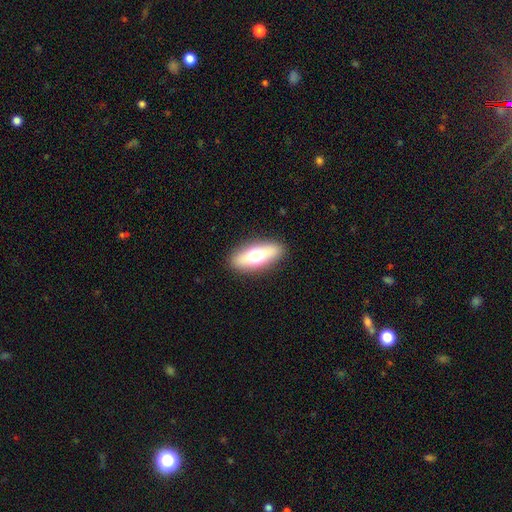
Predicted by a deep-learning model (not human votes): A smooth galaxy with no disk features (56%) that is in between round and cigar-shaped (68%).

Vote fractions:
- Smooth or featured? smooth: 56% / featured or disk: 36% / star or artifact: 8%
- How rounded? in between: 68% / cigar-shaped: 26% / round: 5%
- Merging? none: 88% / minor disturbance: 8% / major disturbance: 3% / merger: 1%